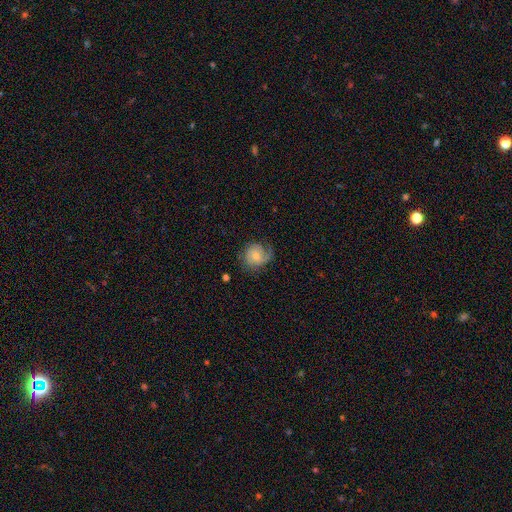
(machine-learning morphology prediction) smooth_or_featured: featured or disk (p=0.62) [alt: smooth p=0.31]
disk_edge_on: no (p=0.98) [alt: yes p=0.02]
bar: no (p=0.62) [alt: weak p=0.33]
has_spiral_arms: yes (p=0.90) [alt: no p=0.10]
spiral_winding: tight (p=0.44) [alt: medium p=0.38]
spiral_arm_count: 2 (p=0.42) [alt: 1 p=0.32]
bulge_size: small (p=0.48) [alt: moderate p=0.46]
merging: none (p=0.62) [alt: minor disturbance p=0.23]